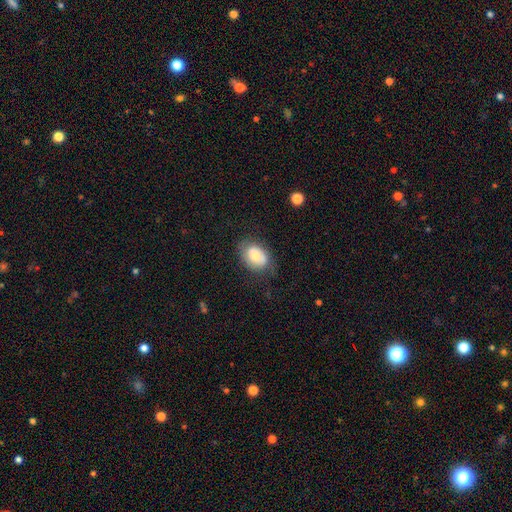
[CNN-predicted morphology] A smooth galaxy with no disk features (68%) that is in between round and cigar-shaped (73%). Merging: none (67%).